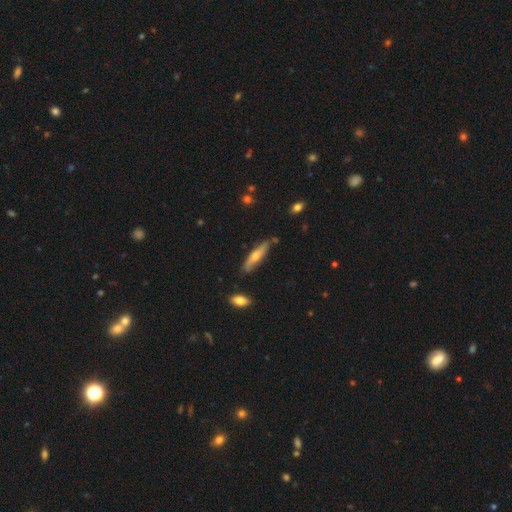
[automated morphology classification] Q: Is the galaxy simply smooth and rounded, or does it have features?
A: smooth — 53%.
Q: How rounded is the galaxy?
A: cigar-shaped — 80%.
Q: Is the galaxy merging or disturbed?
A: none — 77%.